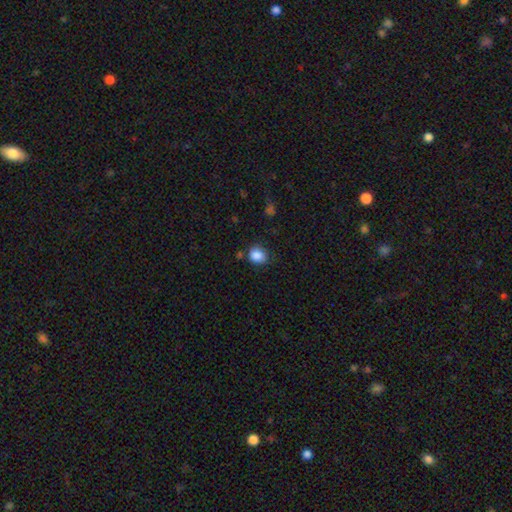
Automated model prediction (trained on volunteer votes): A smooth galaxy with no disk features (87%) that is round (65%). Merging: none (74%).